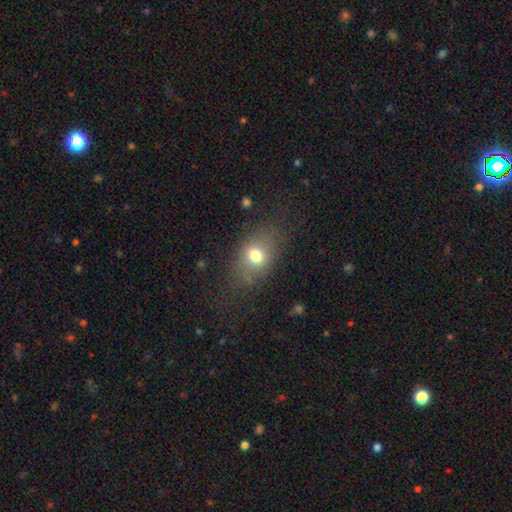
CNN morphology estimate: Smooth or featured: smooth — 70% (featured or disk — 17%)
How rounded: in between — 68% (round — 29%)
Merging: none — 67% (minor disturbance — 19%)